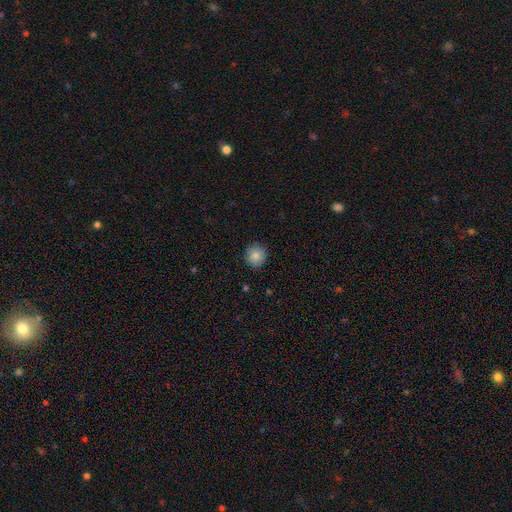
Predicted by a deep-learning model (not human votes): Smooth or featured? smooth (84%)
How rounded? round (92%)
Merging? none (89%)